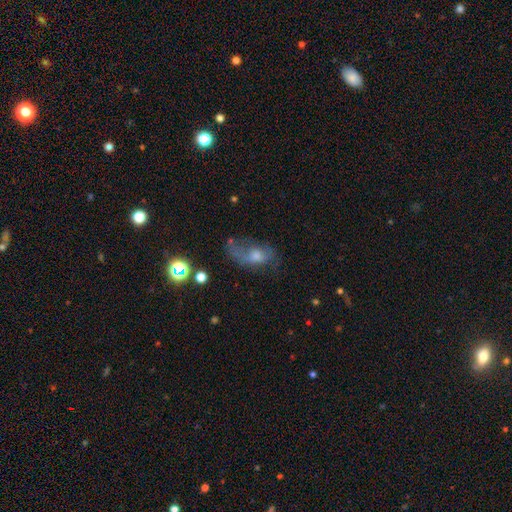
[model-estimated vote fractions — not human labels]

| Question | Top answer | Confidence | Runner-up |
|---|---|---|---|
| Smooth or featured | featured or disk | 44% | smooth (40%) |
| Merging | none | 36% | major disturbance (34%) |